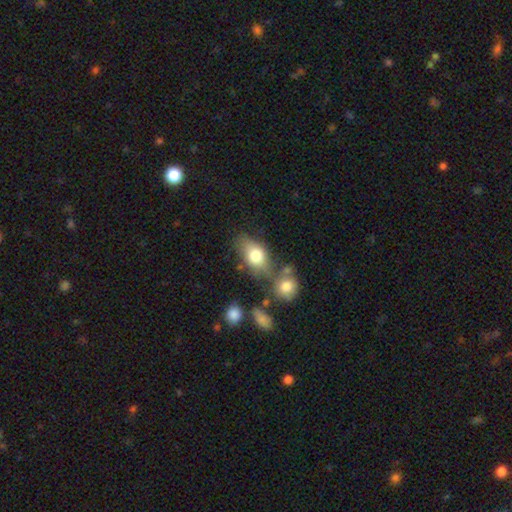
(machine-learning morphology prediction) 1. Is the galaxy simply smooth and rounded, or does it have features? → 76% smooth, 16% featured or disk, 8% star or artifact.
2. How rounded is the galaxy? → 80% in between, 16% round, 3% cigar-shaped.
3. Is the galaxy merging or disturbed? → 52% none, 22% merger, 18% minor disturbance, 7% major disturbance.